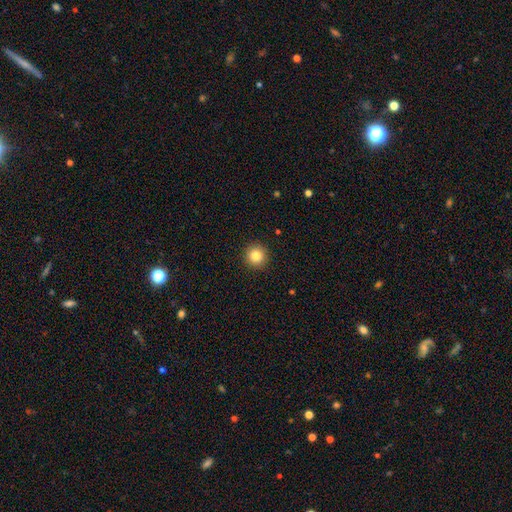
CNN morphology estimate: Smooth or featured? Predicted: smooth (p=0.85). How rounded? Predicted: round (p=0.96). Merging? Predicted: none (p=0.93).